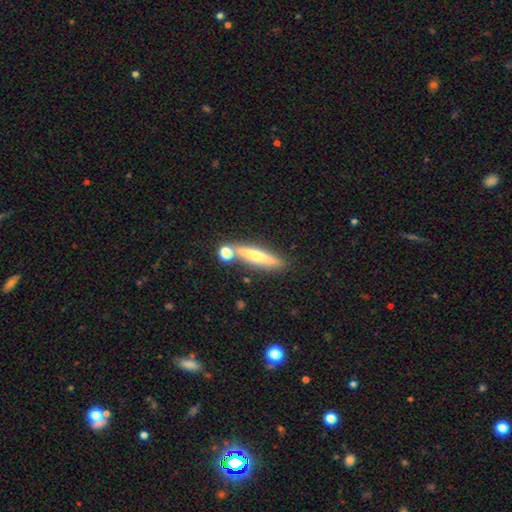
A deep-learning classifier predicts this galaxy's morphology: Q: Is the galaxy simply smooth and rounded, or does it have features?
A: smooth — 52%.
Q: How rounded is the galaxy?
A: cigar-shaped — 83%.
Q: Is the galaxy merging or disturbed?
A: none — 71%.